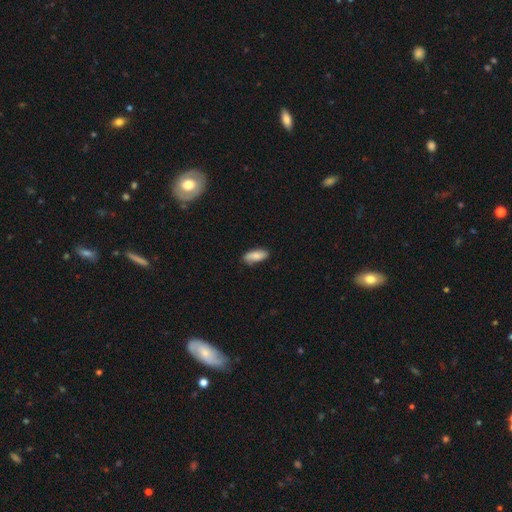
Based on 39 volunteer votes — Morphology: type=smooth (95%); roundness=in between (89%); merging=none (92%).